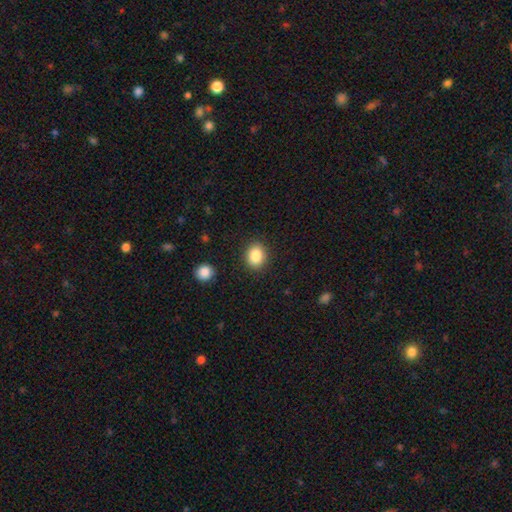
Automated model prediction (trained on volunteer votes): Smooth or featured: smooth — 85% (star or artifact — 9%)
How rounded: round — 61% (in between — 38%)
Merging: none — 89% (minor disturbance — 8%)